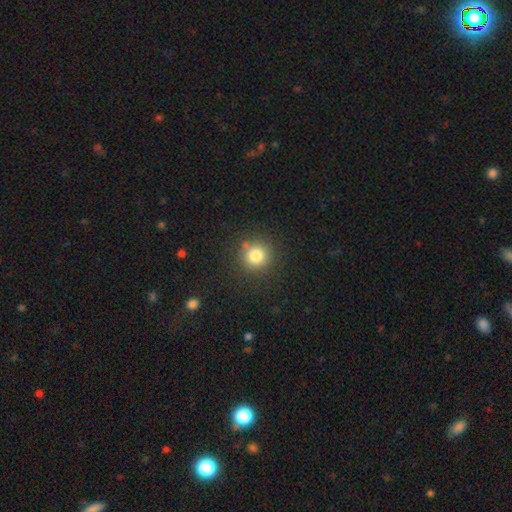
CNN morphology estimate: smooth_or_featured: smooth (p=0.80) [alt: star or artifact p=0.13]
how_rounded: round (p=0.94) [alt: in between p=0.06]
merging: none (p=0.86) [alt: minor disturbance p=0.08]